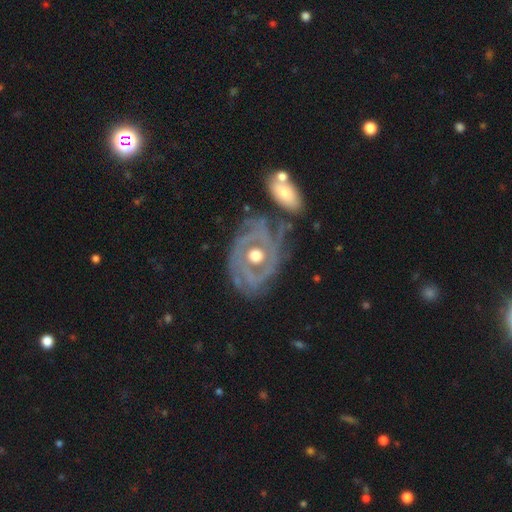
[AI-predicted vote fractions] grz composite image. It shows a featured or disk galaxy (83%) with no bar (80%), tight (61%) spiral arms (73%) and a moderate central bulge (73%). Merging: none (56%).